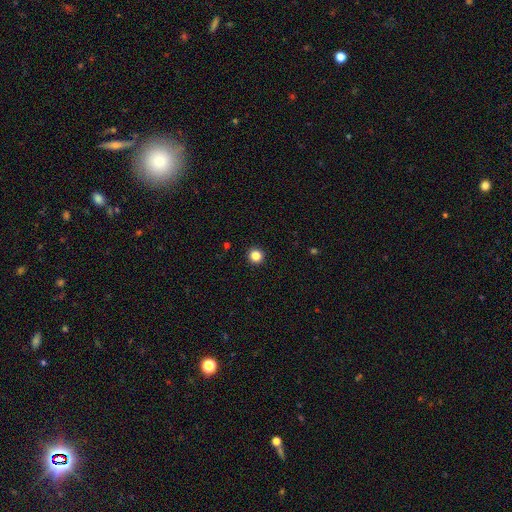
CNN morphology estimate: Smooth or featured?
  - smooth: 85% *
  - star or artifact: 12%
  - featured or disk: 4%
How rounded?
  - round: 96% *
  - in between: 3%
  - cigar-shaped: 1%
Merging?
  - none: 94% *
  - minor disturbance: 4%
  - major disturbance: 1%
  - merger: 1%